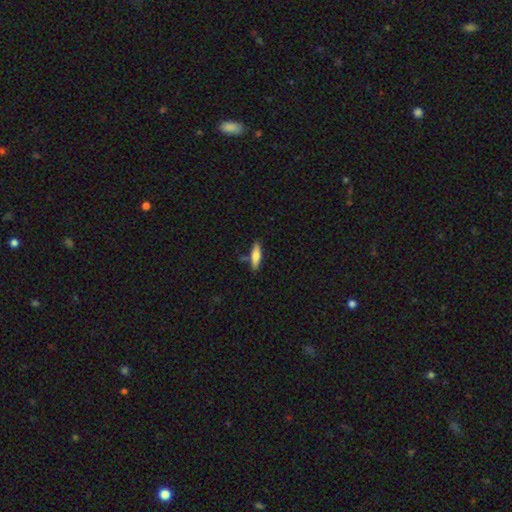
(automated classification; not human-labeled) This is likely a smooth galaxy (66%). How rounded: likely cigar-shaped (70%). Merging: likely none (79%).